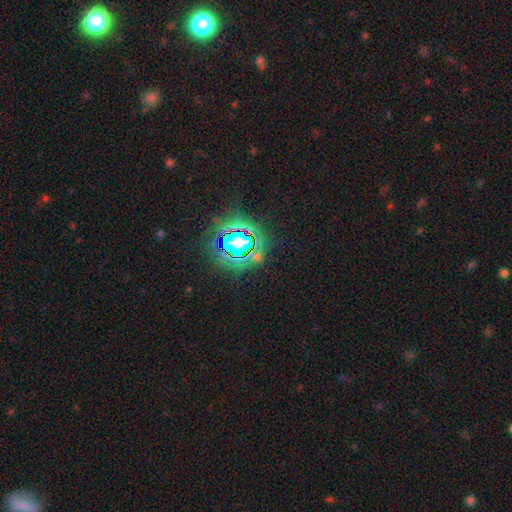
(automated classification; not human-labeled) A star or artifact, not a galaxy (74%).

Vote fractions:
- Smooth or featured? star or artifact: 74% / smooth: 16% / featured or disk: 9%